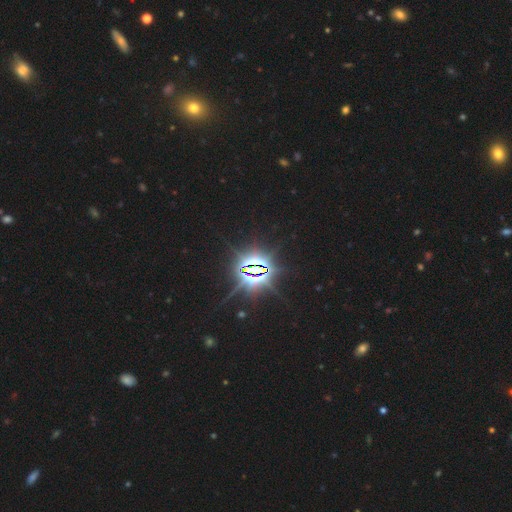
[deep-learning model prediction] A star or artifact, not a galaxy (86%).

Vote fractions:
- Smooth or featured? star or artifact: 86% / featured or disk: 7% / smooth: 7%